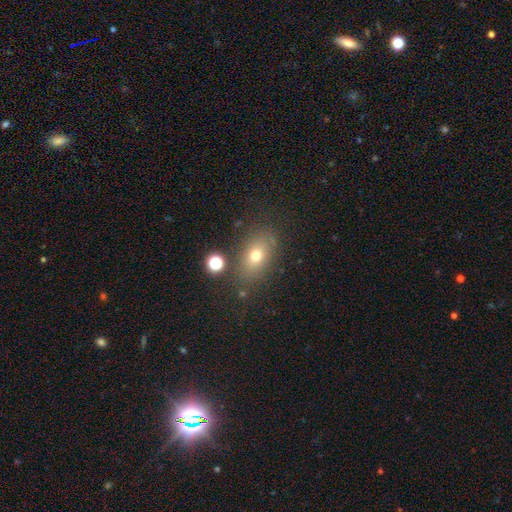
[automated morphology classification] Smooth or featured? Predicted: smooth (p=0.69). How rounded? Predicted: in between (p=0.75). Merging? Predicted: none (p=0.78).